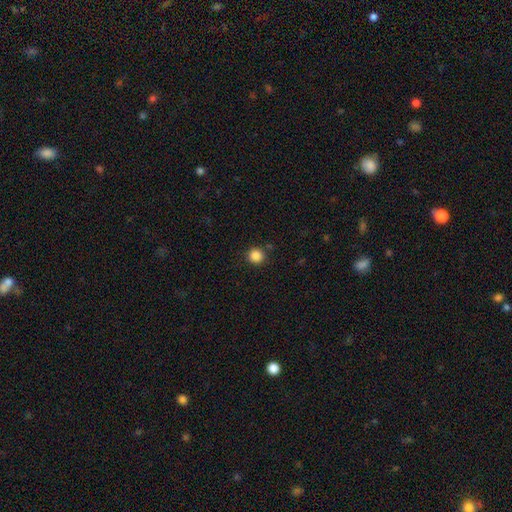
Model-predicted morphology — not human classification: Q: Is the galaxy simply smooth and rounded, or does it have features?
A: smooth — 86%.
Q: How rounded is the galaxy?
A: round — 93%.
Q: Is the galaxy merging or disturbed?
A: none — 89%.